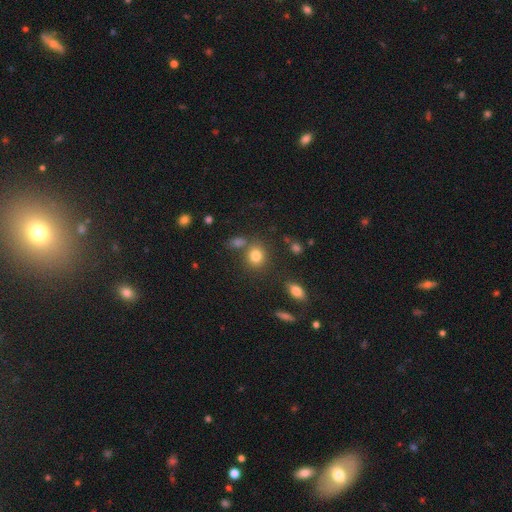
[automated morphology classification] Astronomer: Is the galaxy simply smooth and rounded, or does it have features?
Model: smooth — 80%.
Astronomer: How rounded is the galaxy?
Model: round — 68%.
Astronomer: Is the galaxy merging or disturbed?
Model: none — 70%.